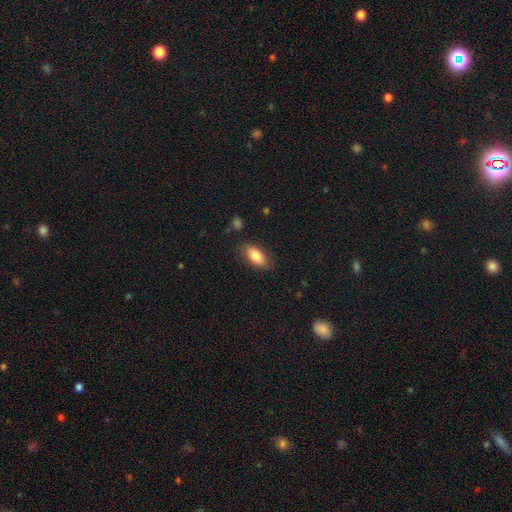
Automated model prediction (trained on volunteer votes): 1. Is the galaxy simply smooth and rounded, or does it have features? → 82% smooth, 11% featured or disk, 7% star or artifact.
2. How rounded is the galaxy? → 88% in between, 9% cigar-shaped, 3% round.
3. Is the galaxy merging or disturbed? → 82% none, 13% minor disturbance, 3% major disturbance, 2% merger.